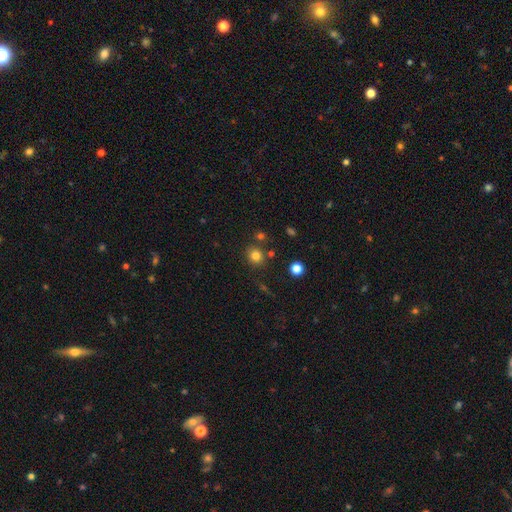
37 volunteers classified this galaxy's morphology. A smooth galaxy with no disk features (84%) that is round (52%). Merging: none (80%).